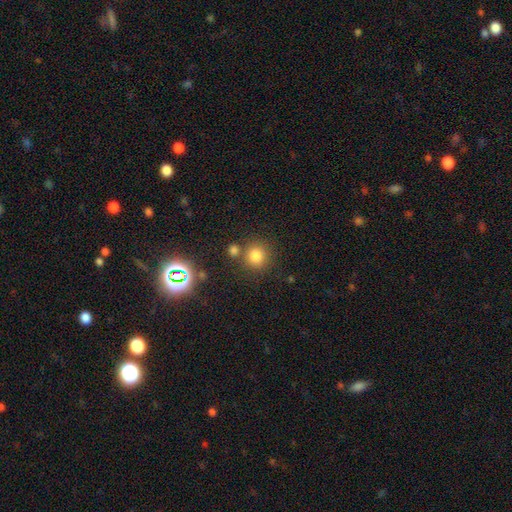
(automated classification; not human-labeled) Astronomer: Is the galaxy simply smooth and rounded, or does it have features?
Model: smooth — 79%.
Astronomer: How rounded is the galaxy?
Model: round — 90%.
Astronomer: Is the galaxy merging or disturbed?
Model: none — 72%.